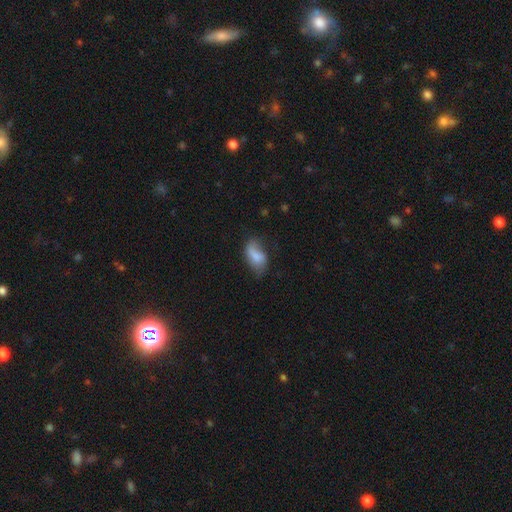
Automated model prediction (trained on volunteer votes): A smooth galaxy with no disk features (71%) that is in between round and cigar-shaped (91%).

Vote fractions:
- Smooth or featured? smooth: 71% / featured or disk: 21% / star or artifact: 8%
- How rounded? in between: 91% / round: 5% / cigar-shaped: 4%
- Merging? none: 48% / minor disturbance: 34% / major disturbance: 16% / merger: 3%